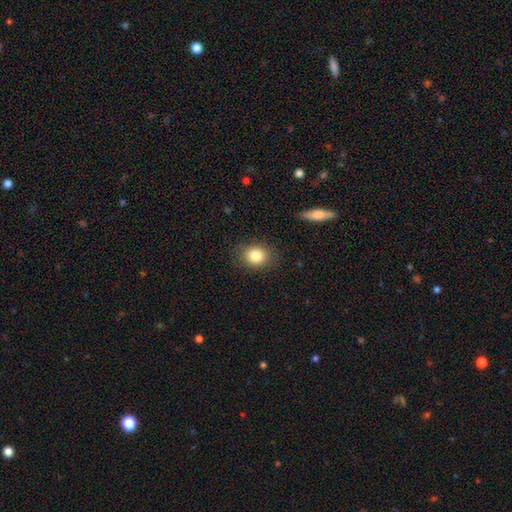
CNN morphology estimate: smooth_or_featured: smooth (p=0.83) [alt: star or artifact p=0.10]
how_rounded: round (p=0.59) [alt: in between p=0.40]
merging: none (p=0.85) [alt: minor disturbance p=0.11]